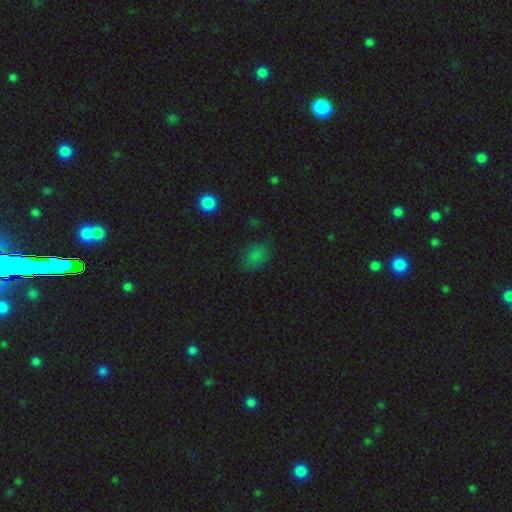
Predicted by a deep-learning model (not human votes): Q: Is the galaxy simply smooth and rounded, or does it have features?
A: smooth — 75%.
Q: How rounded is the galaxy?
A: in between — 65%.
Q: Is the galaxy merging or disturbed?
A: none — 68%.